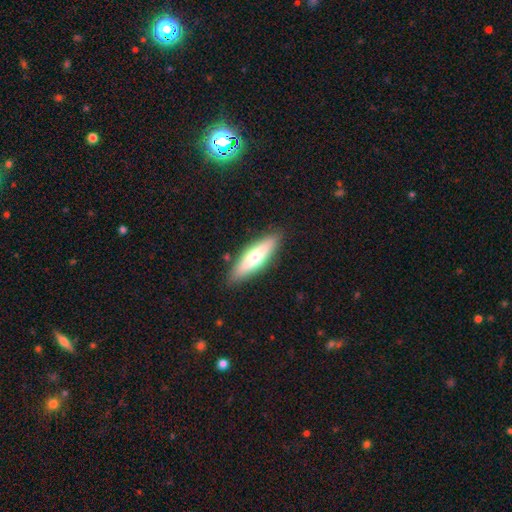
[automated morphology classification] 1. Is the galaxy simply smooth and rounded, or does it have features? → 56% smooth, 38% featured or disk, 6% star or artifact.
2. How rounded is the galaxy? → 63% cigar-shaped, 35% in between, 2% round.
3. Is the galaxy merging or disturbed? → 86% none, 10% minor disturbance, 2% major disturbance, 2% merger.